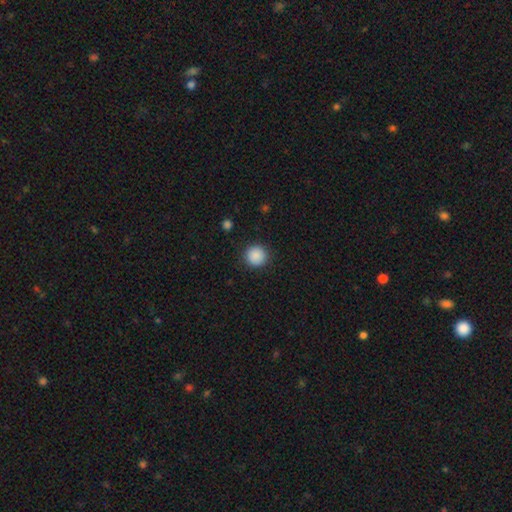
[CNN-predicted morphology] Smooth or featured: smooth — 89% (star or artifact — 9%)
How rounded: round — 95% (in between — 4%)
Merging: none — 91% (minor disturbance — 6%)